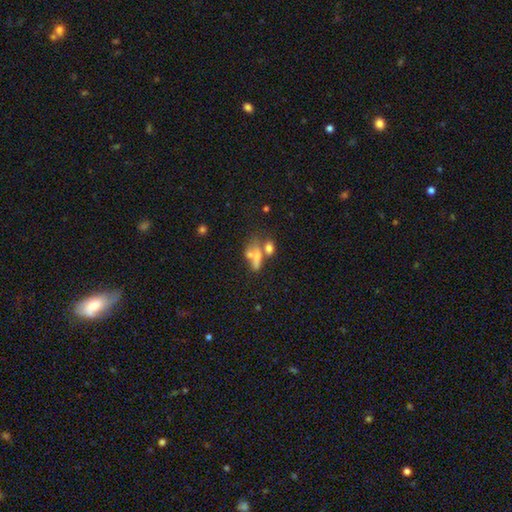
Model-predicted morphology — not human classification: This is possibly a smooth galaxy (56%). How rounded: likely in between (61%). Merging: possibly merger (48%).